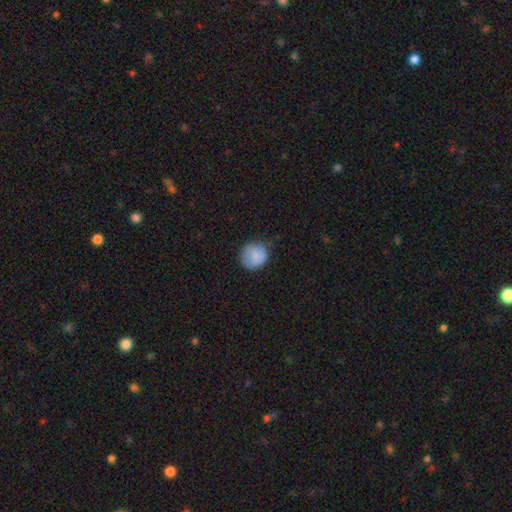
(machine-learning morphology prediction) Smooth or featured? Predicted: smooth (p=0.83). How rounded? Predicted: round (p=0.89). Merging? Predicted: none (p=0.72).